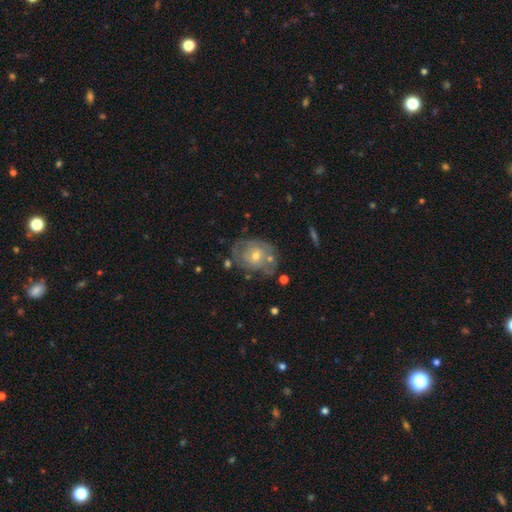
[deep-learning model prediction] This is likely a featured or disk galaxy (60%). It is clearly not viewed edge-on (95%). Bar: likely no (78%). Spiral arm pattern: possibly yes (52%). Central bulge: possibly moderate (57%). Merging: possibly none (54%).